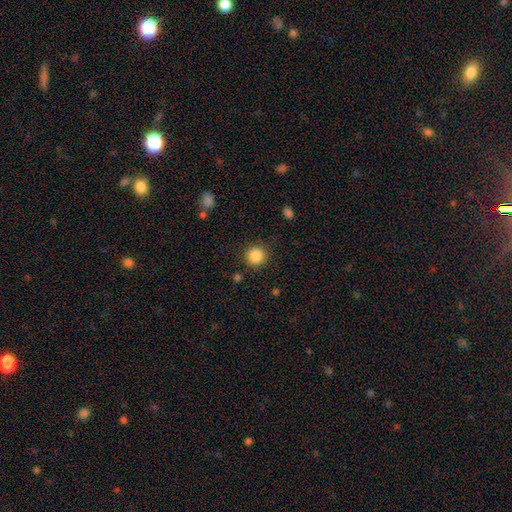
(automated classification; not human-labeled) A smooth galaxy with no disk features (86%) that is round (93%). Merging: none (88%).